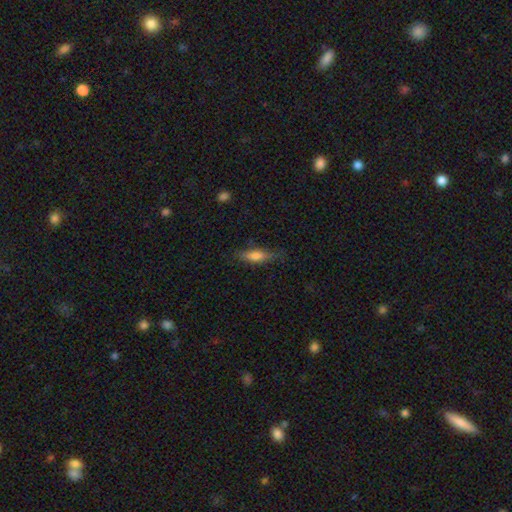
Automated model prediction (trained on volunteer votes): A smooth galaxy with no disk features (66%) that is cigar-shaped (57%).

Vote fractions:
- Smooth or featured? smooth: 66% / featured or disk: 27% / star or artifact: 7%
- How rounded? cigar-shaped: 57% / in between: 40% / round: 3%
- Merging? none: 77% / minor disturbance: 18% / major disturbance: 4% / merger: 1%